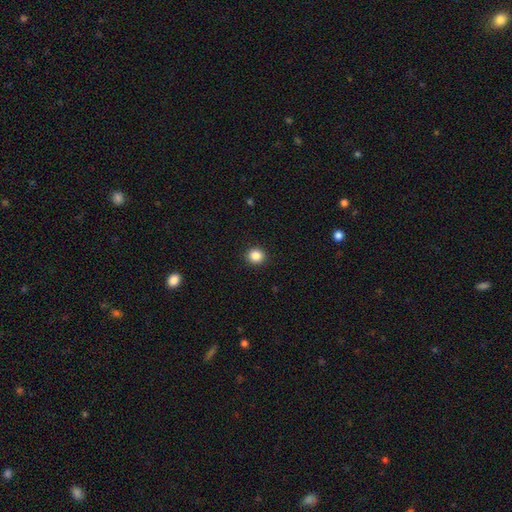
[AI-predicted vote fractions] Overall: smooth (86%). How rounded: round (88%). Merging: none (92%).